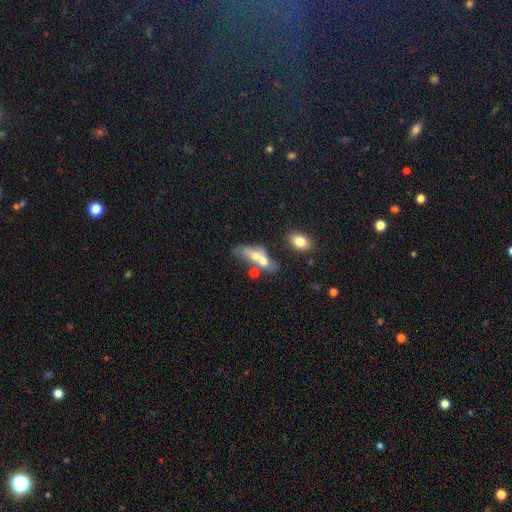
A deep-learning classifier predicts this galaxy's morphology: smooth_or_featured: smooth (p=0.56) [alt: featured or disk p=0.34]
how_rounded: in between (p=0.69) [alt: cigar-shaped p=0.19]
merging: merger (p=0.56) [alt: none p=0.22]